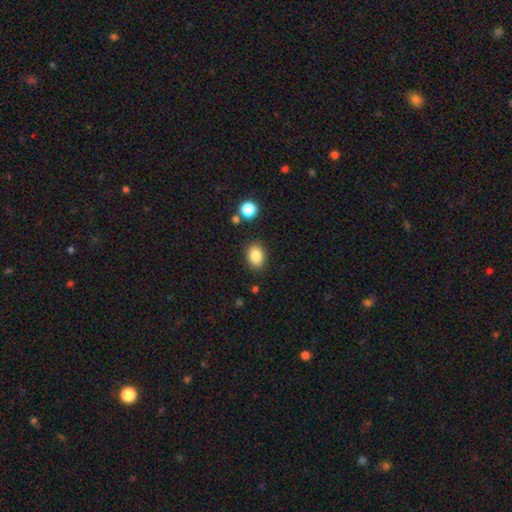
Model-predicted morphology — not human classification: type=smooth (85%); roundness=in between (74%); merging=none (86%).